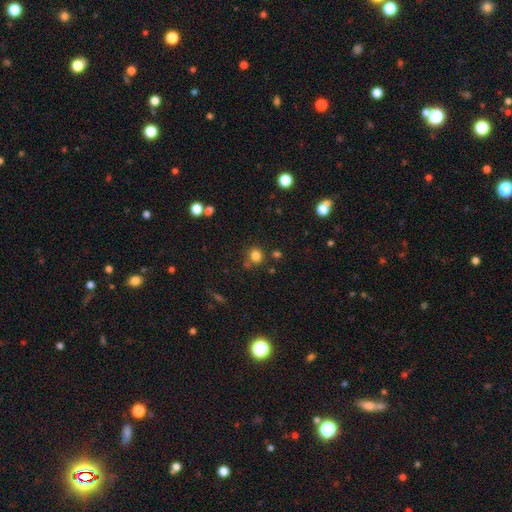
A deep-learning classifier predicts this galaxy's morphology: Smooth or featured? smooth (80%)
How rounded? round (88%)
Merging? none (75%)